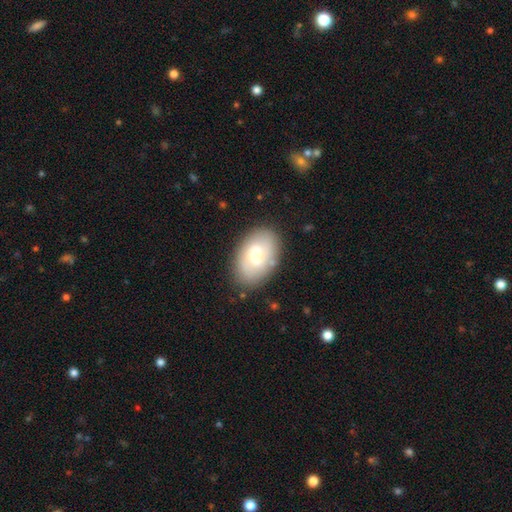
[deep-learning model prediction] The model was most divided on "smooth or featured": smooth: 56%, featured or disk: 37%, star or artifact: 7%. More confident: how rounded — in between (89%); merging — none (76%).